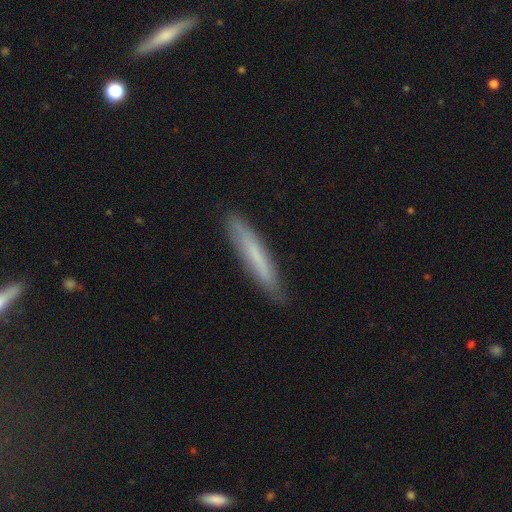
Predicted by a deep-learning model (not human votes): smooth-or-featured: smooth: 60% | featured or disk: 33% | star or artifact: 7%
  how-rounded: cigar-shaped: 93% | in between: 6% | round: 1%
  merging: none: 82% | minor disturbance: 14% | major disturbance: 2% | merger: 1%